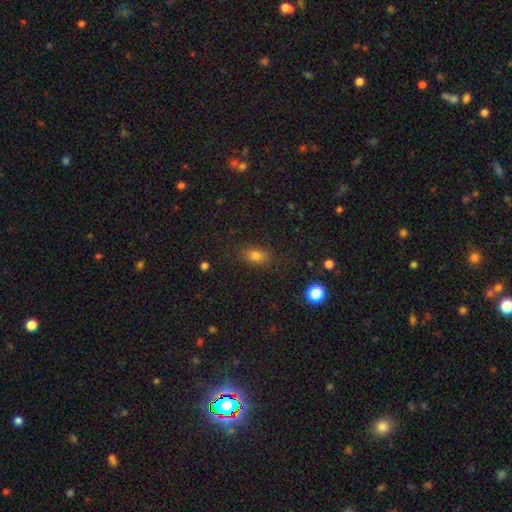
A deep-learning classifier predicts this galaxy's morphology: The model was most divided on "how rounded": in between: 79%, round: 17%, cigar-shaped: 4%. More confident: merging — none (83%); smooth or featured — smooth (78%).